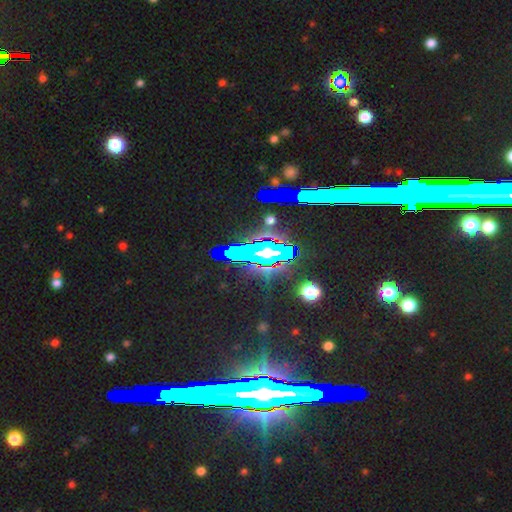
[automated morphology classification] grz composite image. It shows a star or artifact, not a galaxy (66%).